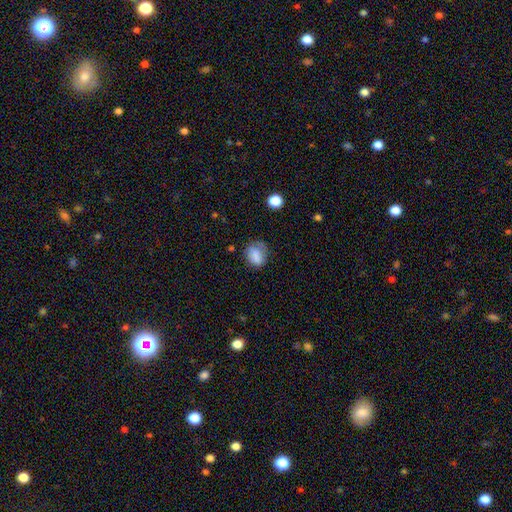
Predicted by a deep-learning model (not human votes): A smooth galaxy with no disk features (81%) that is in between round and cigar-shaped (55%).

Vote fractions:
- Smooth or featured? smooth: 81% / featured or disk: 10% / star or artifact: 9%
- How rounded? in between: 55% / round: 43% / cigar-shaped: 1%
- Merging? none: 58% / minor disturbance: 29% / major disturbance: 11% / merger: 2%